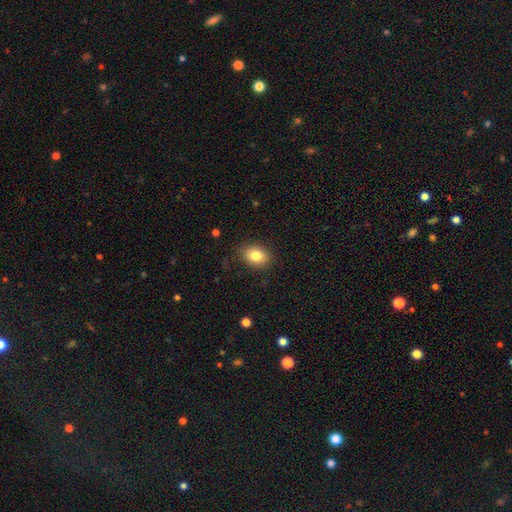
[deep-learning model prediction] The model was most divided on "how rounded": in between: 69%, round: 30%, cigar-shaped: 1%. More confident: merging — none (87%); smooth or featured — smooth (83%).